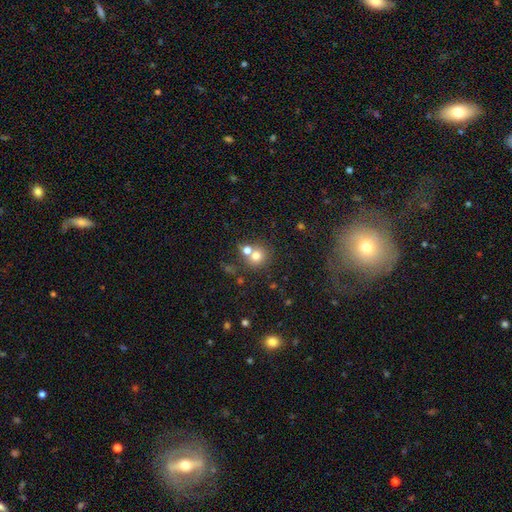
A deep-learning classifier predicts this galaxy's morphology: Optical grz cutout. It shows a smooth galaxy with no disk features (73%) that is round (84%). Merging: none (52%).